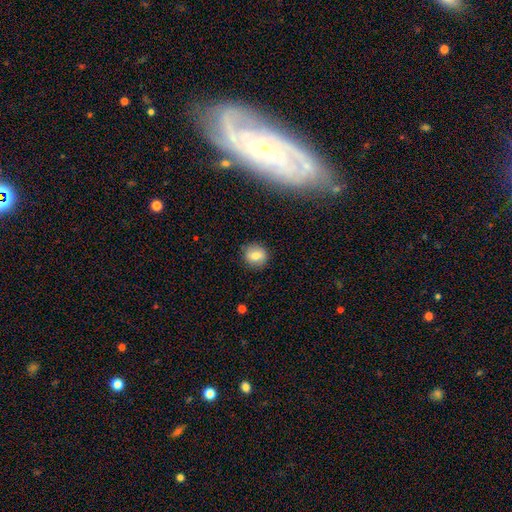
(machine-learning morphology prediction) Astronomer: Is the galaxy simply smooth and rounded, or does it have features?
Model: smooth — 74%.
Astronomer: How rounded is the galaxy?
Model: round — 84%.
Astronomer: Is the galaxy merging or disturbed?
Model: none — 87%.